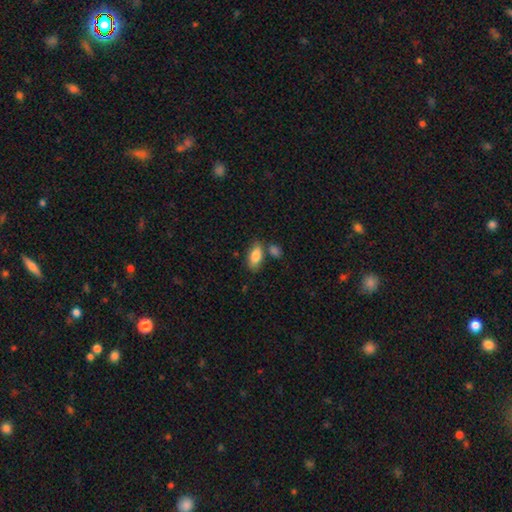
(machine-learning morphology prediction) A smooth galaxy with no disk features (84%) that is in between round and cigar-shaped (89%).

Vote fractions:
- Smooth or featured? smooth: 84% / featured or disk: 9% / star or artifact: 6%
- How rounded? in between: 89% / cigar-shaped: 8% / round: 3%
- Merging? none: 69% / minor disturbance: 14% / merger: 13% / major disturbance: 4%